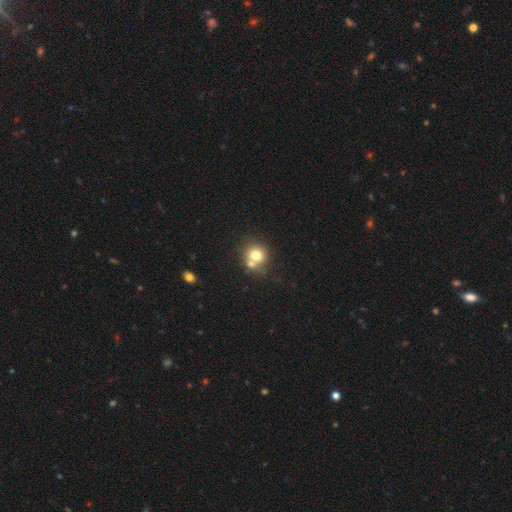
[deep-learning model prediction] Smooth or featured: smooth — 73% (featured or disk — 16%)
How rounded: round — 80% (in between — 19%)
Merging: none — 47% (merger — 38%)